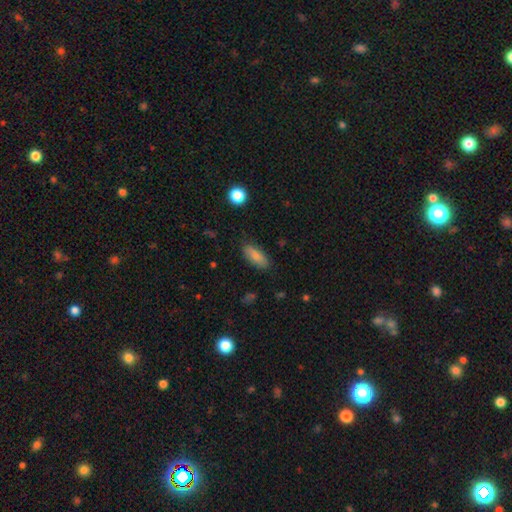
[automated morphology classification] smooth 84%, featured or disk 9%, star or artifact 7%. Down the decision tree: how rounded — in between (77%); merging — none (84%).